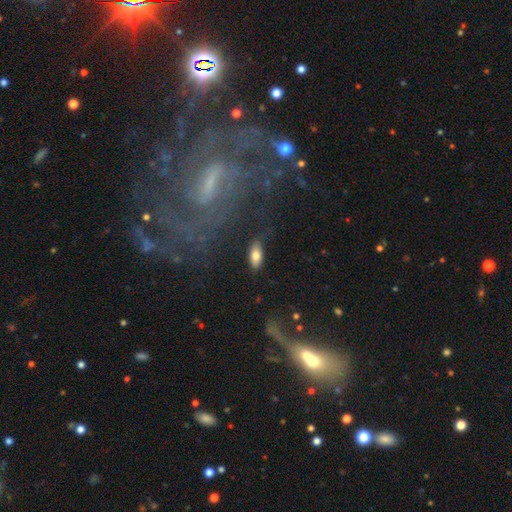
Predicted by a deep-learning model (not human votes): Smooth or featured: smooth — 79% (featured or disk — 13%)
How rounded: in between — 86% (cigar-shaped — 11%)
Merging: none — 80% (minor disturbance — 15%)